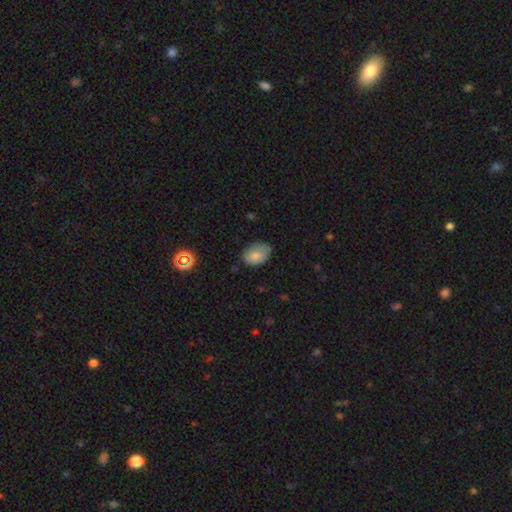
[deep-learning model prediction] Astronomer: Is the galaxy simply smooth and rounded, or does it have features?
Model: smooth — 80%.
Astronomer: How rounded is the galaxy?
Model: in between — 79%.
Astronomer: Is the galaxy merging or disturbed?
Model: none — 63%.